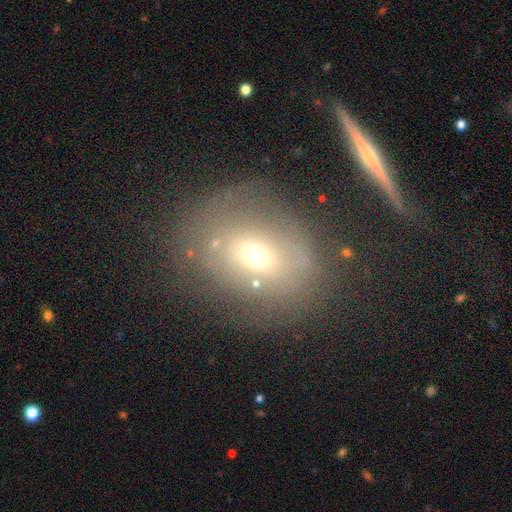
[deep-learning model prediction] smooth 54%, featured or disk 31%, star or artifact 15%. Down the decision tree: how rounded — round (54%); merging — none (60%).